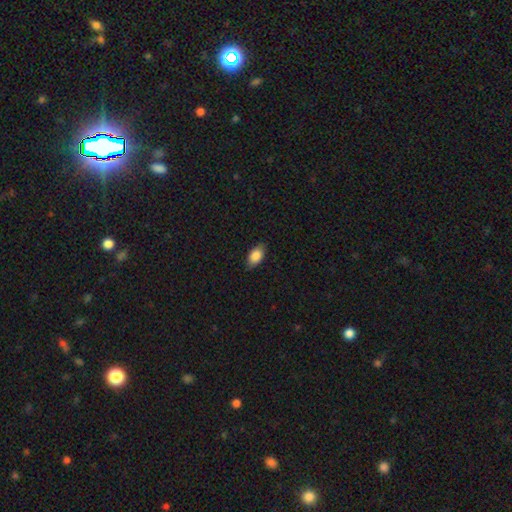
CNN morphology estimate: A smooth galaxy with no disk features (85%) that is in between round and cigar-shaped (91%).

Vote fractions:
- Smooth or featured? smooth: 85% / featured or disk: 8% / star or artifact: 7%
- How rounded? in between: 91% / round: 5% / cigar-shaped: 4%
- Merging? none: 83% / minor disturbance: 13% / major disturbance: 3% / merger: 1%